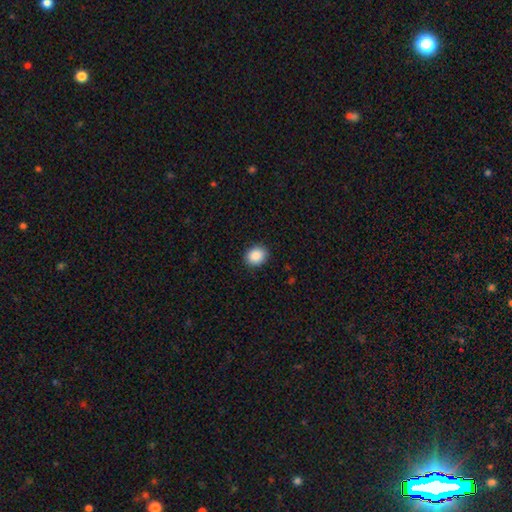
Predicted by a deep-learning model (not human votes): Q: Smooth or featured?
A: smooth (89%); runner-up: star or artifact (8%)
Q: How rounded?
A: round (63%); runner-up: in between (36%)
Q: Merging?
A: none (89%); runner-up: minor disturbance (8%)